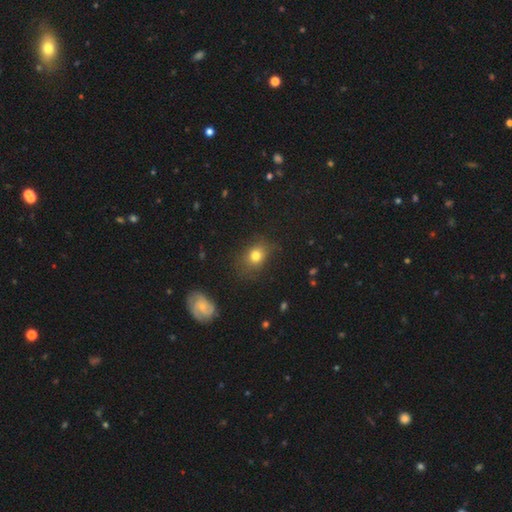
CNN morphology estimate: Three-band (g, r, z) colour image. It shows a smooth galaxy with no disk features (75%) that is round (53%). Merging: none (74%).